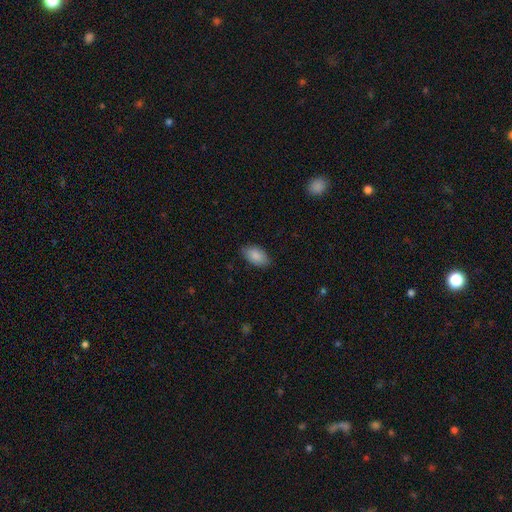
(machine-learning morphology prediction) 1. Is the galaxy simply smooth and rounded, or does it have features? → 86% smooth, 7% featured or disk, 6% star or artifact.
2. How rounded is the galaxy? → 94% in between, 5% round, 2% cigar-shaped.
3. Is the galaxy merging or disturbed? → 83% none, 14% minor disturbance, 3% major disturbance, 1% merger.